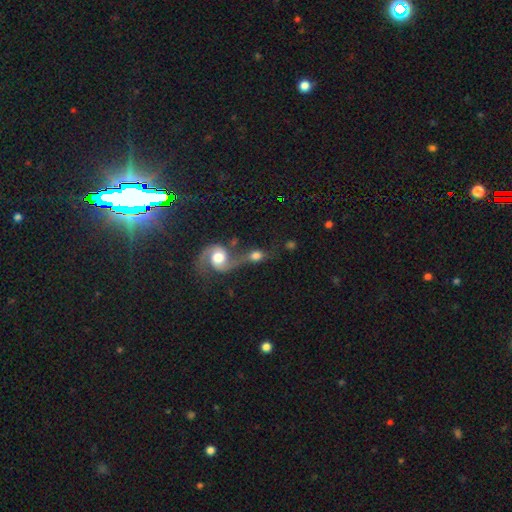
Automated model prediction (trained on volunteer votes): A smooth galaxy with no disk features (45%).

Vote fractions:
- Smooth or featured? smooth: 45% / featured or disk: 44% / star or artifact: 11%
- Merging? merger: 60% / none: 22% / major disturbance: 10% / minor disturbance: 9%